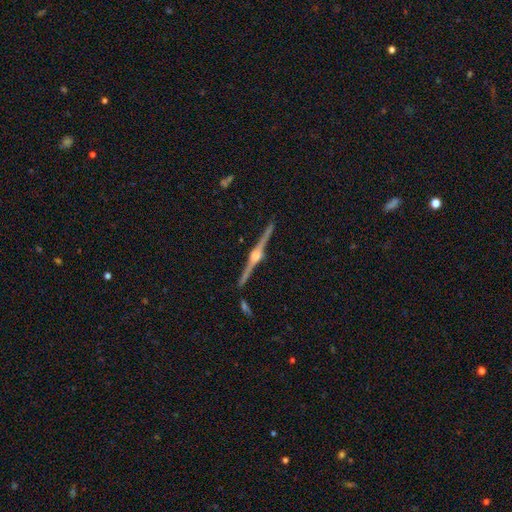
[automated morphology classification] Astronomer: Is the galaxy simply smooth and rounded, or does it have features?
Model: featured or disk — 89%.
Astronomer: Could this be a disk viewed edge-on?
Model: yes — 98%.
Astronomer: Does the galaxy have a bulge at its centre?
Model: rounded — 90%.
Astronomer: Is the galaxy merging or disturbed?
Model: none — 90%.